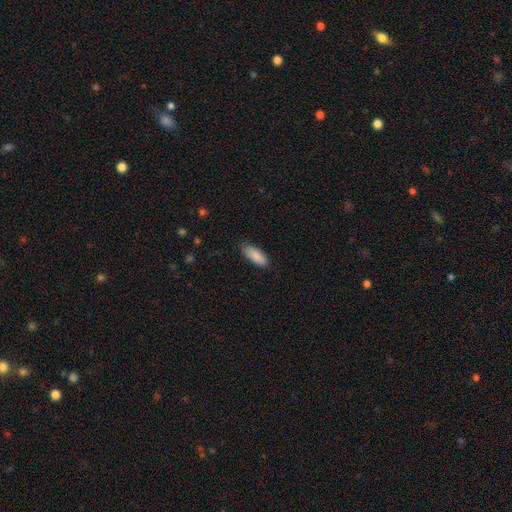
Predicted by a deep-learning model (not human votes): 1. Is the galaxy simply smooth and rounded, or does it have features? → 88% smooth, 6% star or artifact, 6% featured or disk.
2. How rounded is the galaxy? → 76% in between, 22% cigar-shaped, 2% round.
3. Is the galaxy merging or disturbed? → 85% none, 12% minor disturbance, 2% major disturbance, 1% merger.